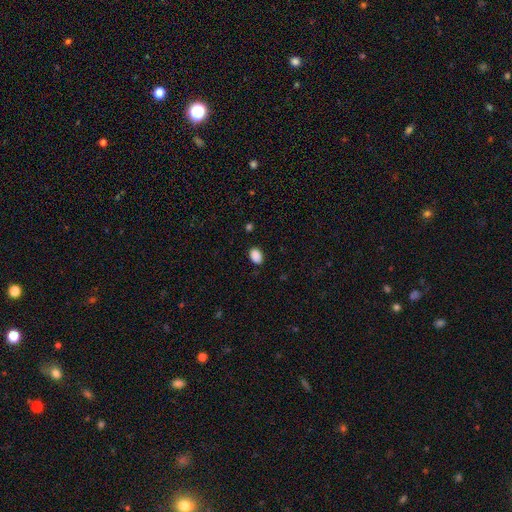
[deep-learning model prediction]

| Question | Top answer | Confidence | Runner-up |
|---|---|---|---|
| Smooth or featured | smooth | 89% | star or artifact (8%) |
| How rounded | in between | 85% | round (14%) |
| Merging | none | 87% | minor disturbance (10%) |